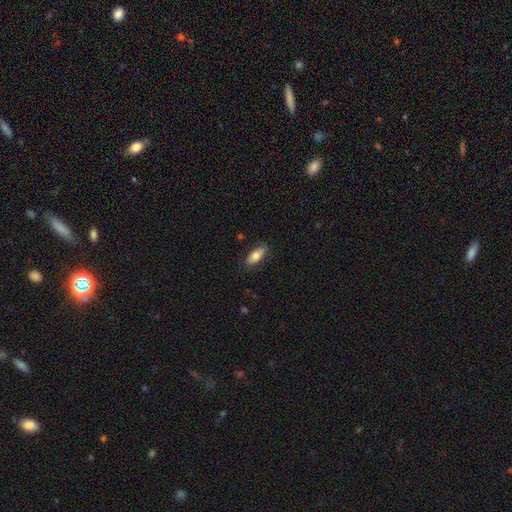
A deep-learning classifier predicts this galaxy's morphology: smooth-or-featured: smooth: 76% | featured or disk: 18% | star or artifact: 6%
  how-rounded: in between: 82% | cigar-shaped: 15% | round: 2%
  merging: none: 82% | minor disturbance: 14% | major disturbance: 3% | merger: 1%